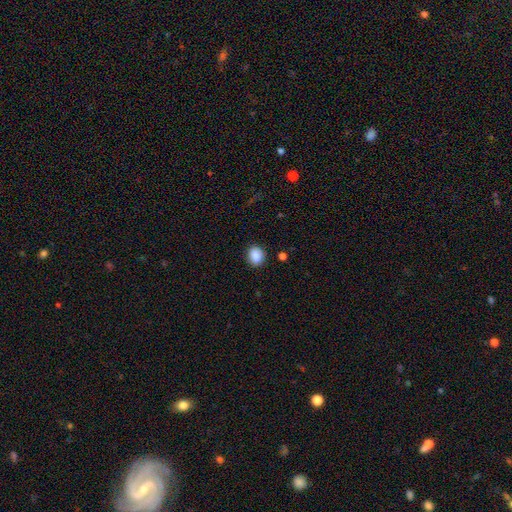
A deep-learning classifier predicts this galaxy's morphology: This appears to be a smooth galaxy with no disk features (88%) that is round (58%). Merging: none (86%).